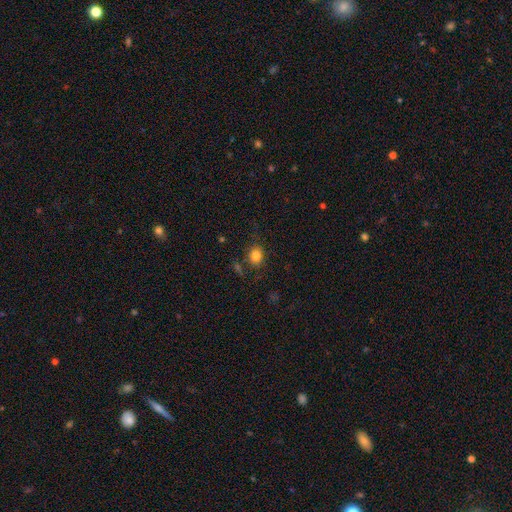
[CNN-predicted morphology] This is clearly a smooth galaxy (82%). How rounded: likely round (62%). Merging: likely none (77%).